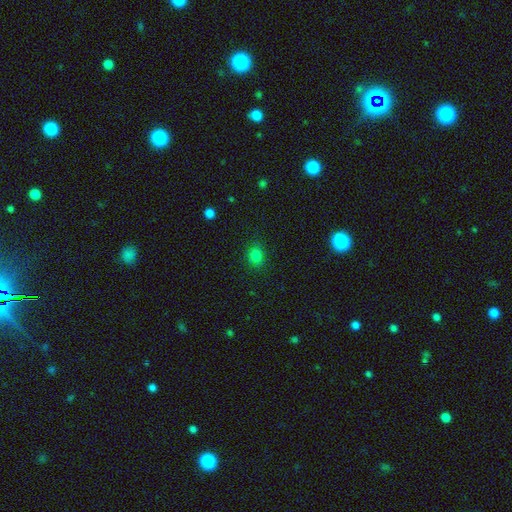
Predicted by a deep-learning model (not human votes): The model was most divided on "how rounded": round: 64%, in between: 35%, cigar-shaped: 1%. More confident: merging — none (87%); smooth or featured — smooth (81%).